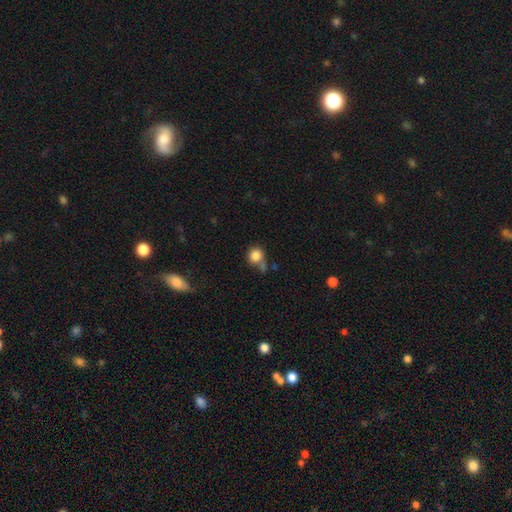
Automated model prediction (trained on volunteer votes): Morphology: type=smooth (84%); roundness=round (87%); merging=none (53%).